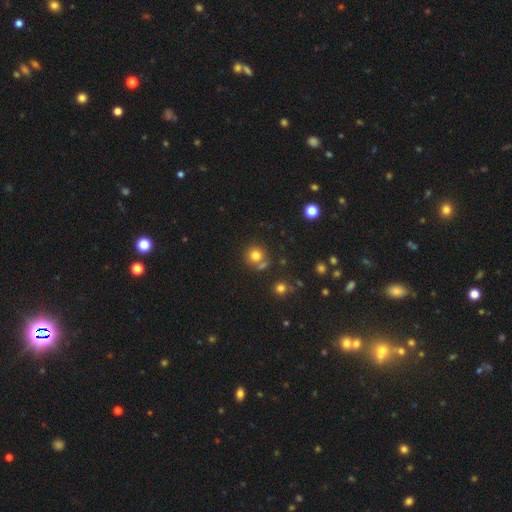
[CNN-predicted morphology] Smooth or featured? Predicted: smooth (p=0.78). How rounded? Predicted: round (p=0.90). Merging? Predicted: none (p=0.67).